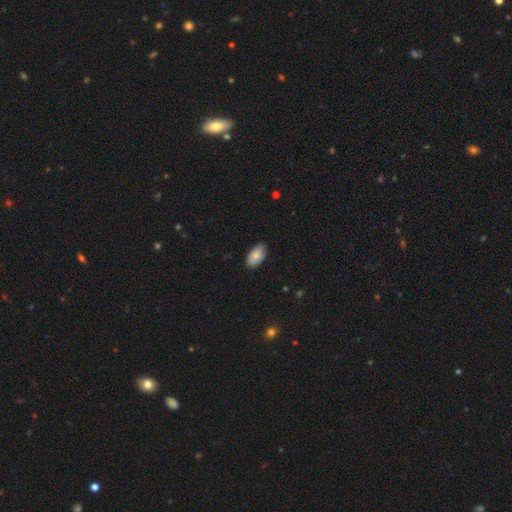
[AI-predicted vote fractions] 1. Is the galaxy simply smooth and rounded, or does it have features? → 84% smooth, 10% featured or disk, 6% star or artifact.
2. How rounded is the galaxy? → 95% in between, 3% round, 2% cigar-shaped.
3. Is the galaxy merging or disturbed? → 84% none, 13% minor disturbance, 2% major disturbance, 1% merger.